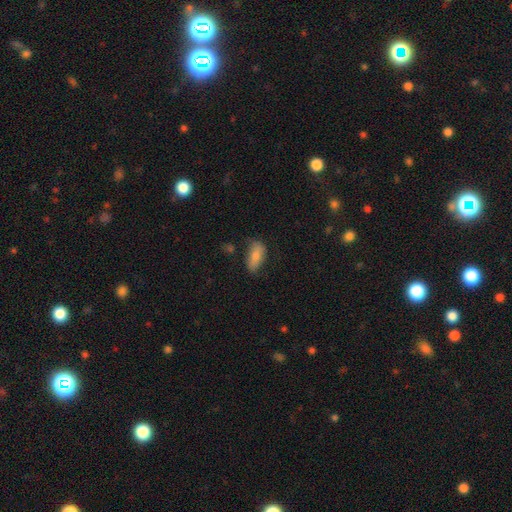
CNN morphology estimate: This appears to be a smooth galaxy with no disk features (76%) that is in between round and cigar-shaped (87%). Merging: none (63%).